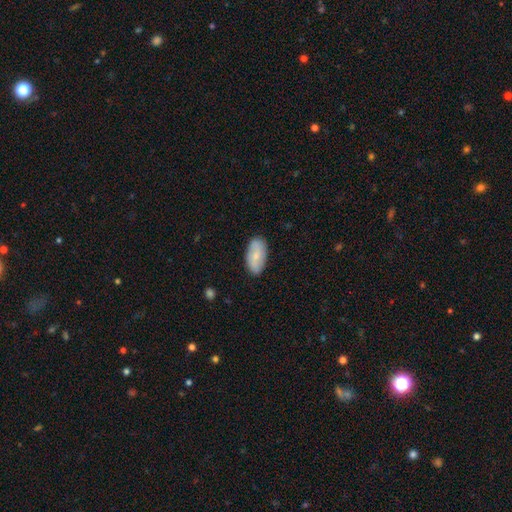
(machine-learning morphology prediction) smooth-or-featured: smooth: 67% | featured or disk: 27% | star or artifact: 6%
  how-rounded: in between: 92% | cigar-shaped: 6% | round: 3%
  merging: none: 86% | minor disturbance: 11% | major disturbance: 2% | merger: 1%